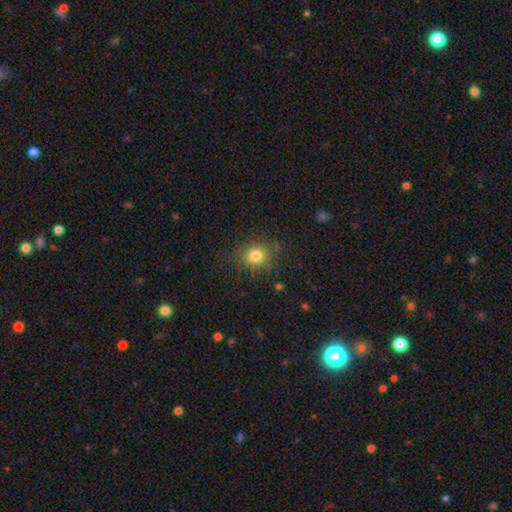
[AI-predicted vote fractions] A smooth galaxy with no disk features (78%) that is round (80%). Merging: none (82%).